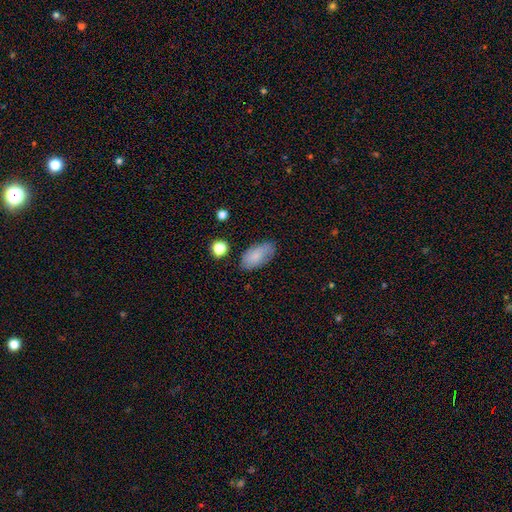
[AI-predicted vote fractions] smooth-or-featured: smooth: 80% | featured or disk: 13% | star or artifact: 8%
  how-rounded: in between: 93% | round: 4% | cigar-shaped: 4%
  merging: none: 75% | minor disturbance: 19% | major disturbance: 4% | merger: 2%